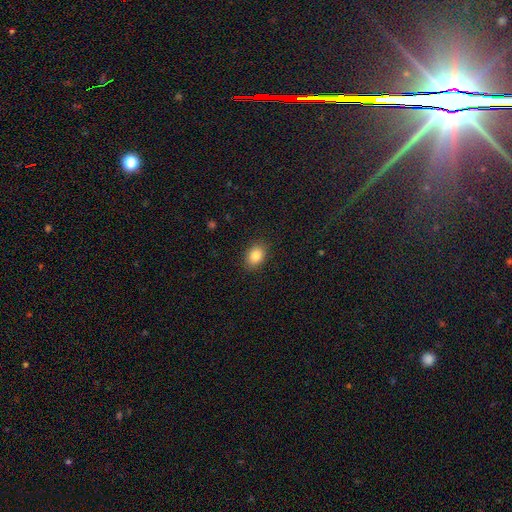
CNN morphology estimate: Smooth or featured? Predicted: smooth (p=0.85). How rounded? Predicted: in between (p=0.77). Merging? Predicted: none (p=0.88).